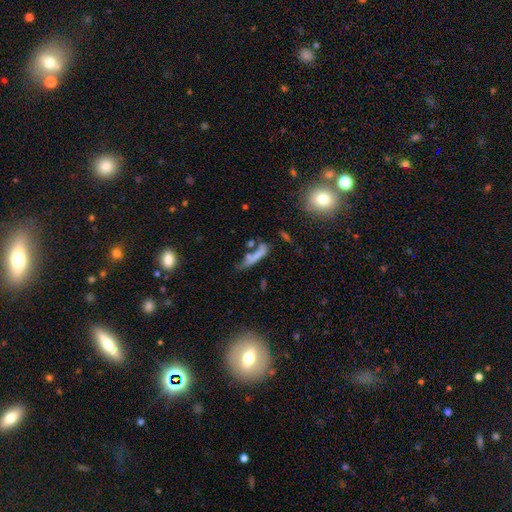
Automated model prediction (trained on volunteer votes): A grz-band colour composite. It shows a smooth galaxy with no disk features (62%) that is cigar-shaped (73%). Merging: none (37%).